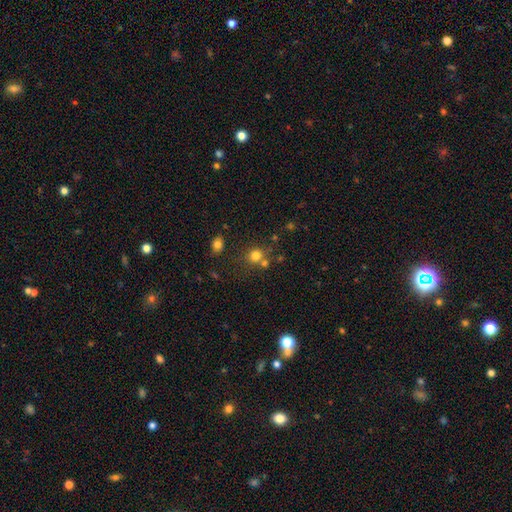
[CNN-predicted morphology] The model was most divided on "merging": none: 63%, merger: 23%, minor disturbance: 10%, major disturbance: 4%. More confident: how rounded — round (85%); smooth or featured — smooth (76%).